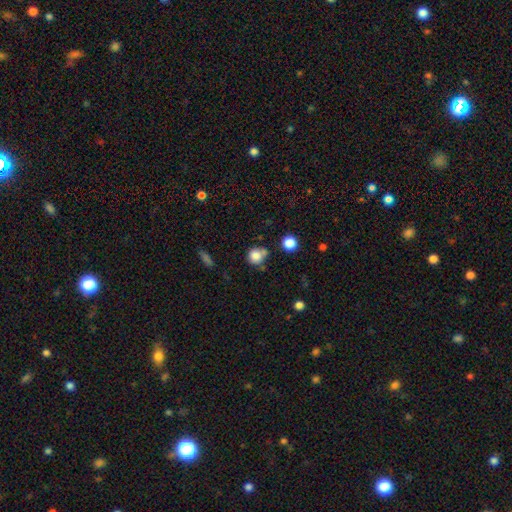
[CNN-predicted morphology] A smooth galaxy with no disk features (81%) that is round (87%). Merging: none (58%).